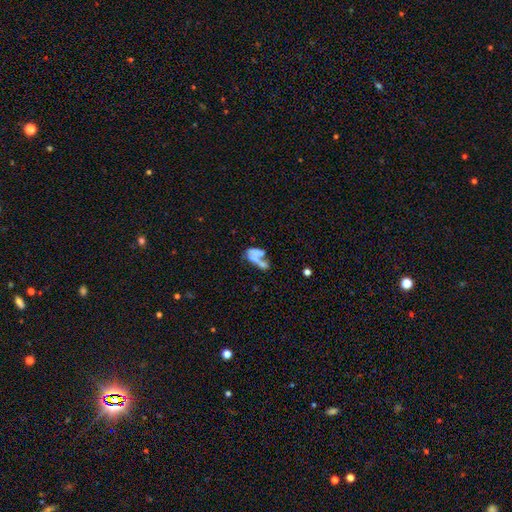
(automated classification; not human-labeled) smooth 49%, featured or disk 39%, star or artifact 12%. Down the decision tree: merging — merger (61%).